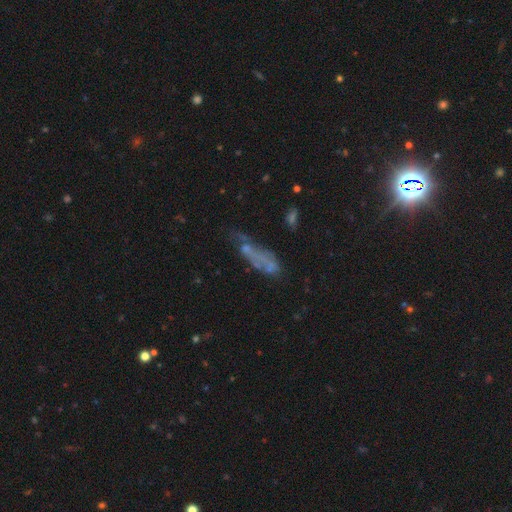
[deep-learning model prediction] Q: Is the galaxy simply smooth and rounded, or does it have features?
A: featured or disk — 38%.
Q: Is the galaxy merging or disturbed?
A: none — 34%.